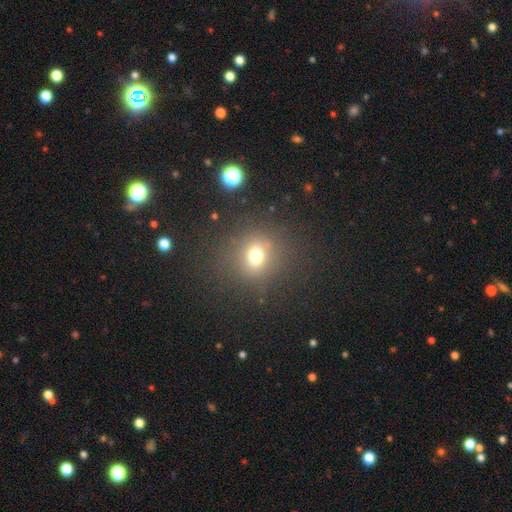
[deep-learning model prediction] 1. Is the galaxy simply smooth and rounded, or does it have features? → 70% smooth, 20% star or artifact, 10% featured or disk.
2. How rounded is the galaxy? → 82% round, 17% in between, 1% cigar-shaped.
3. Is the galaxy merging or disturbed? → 82% none, 10% minor disturbance, 6% major disturbance, 2% merger.